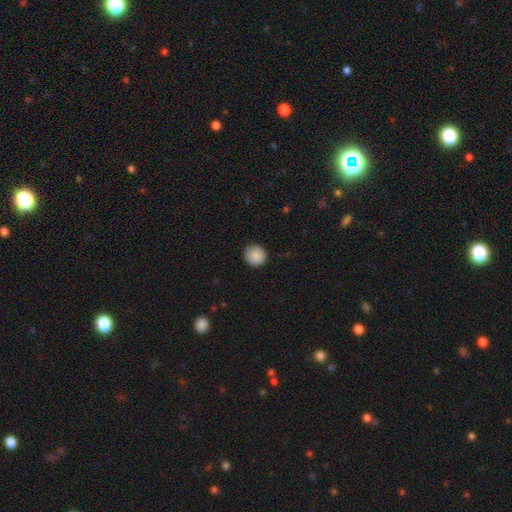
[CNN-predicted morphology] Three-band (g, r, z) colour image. It shows a smooth galaxy with no disk features (89%) that is round (91%). Merging: none (88%).